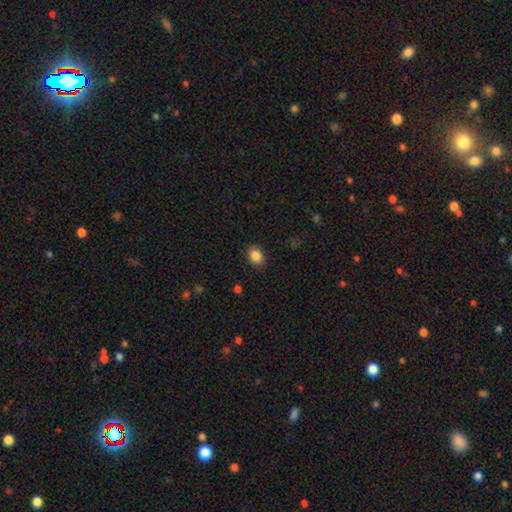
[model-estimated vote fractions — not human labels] This is clearly a smooth galaxy (87%). How rounded: possibly in between (55%). Merging: clearly none (88%).